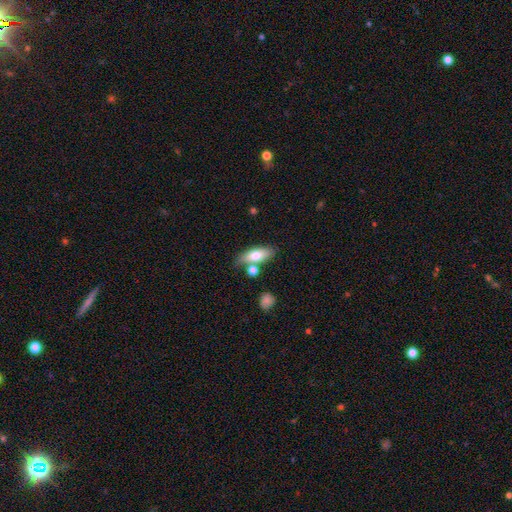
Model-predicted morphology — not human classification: Q: Smooth or featured?
A: smooth (71%); runner-up: featured or disk (22%)
Q: How rounded?
A: in between (71%); runner-up: cigar-shaped (25%)
Q: Merging?
A: none (67%); runner-up: merger (15%)